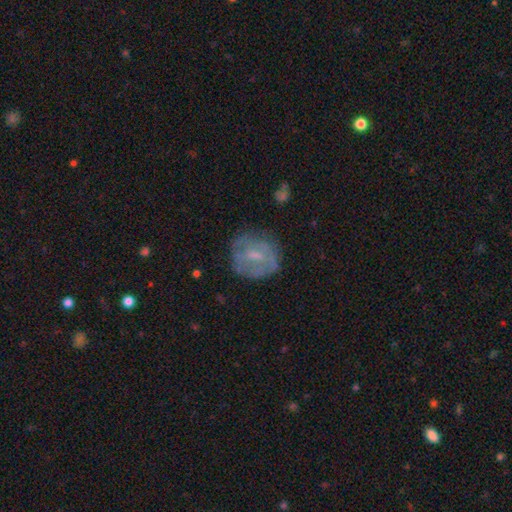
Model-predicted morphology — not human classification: smooth-or-featured: featured or disk: 50% | smooth: 41% | star or artifact: 9%
  merging: none: 68% | minor disturbance: 20% | major disturbance: 10% | merger: 2%